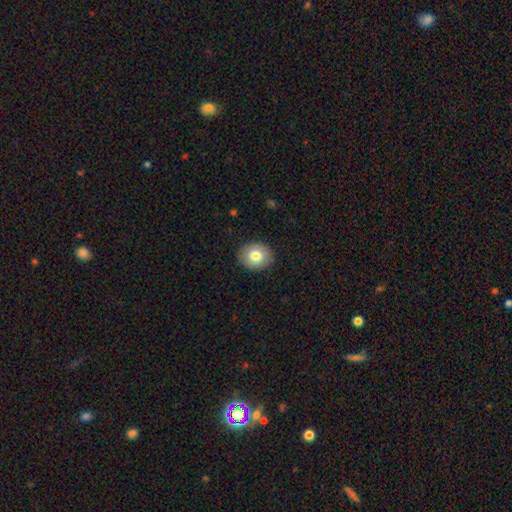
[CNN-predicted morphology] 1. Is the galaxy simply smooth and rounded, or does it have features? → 78% smooth, 14% featured or disk, 8% star or artifact.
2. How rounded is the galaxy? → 55% round, 44% in between, 1% cigar-shaped.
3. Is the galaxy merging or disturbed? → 89% none, 8% minor disturbance, 2% major disturbance, 1% merger.